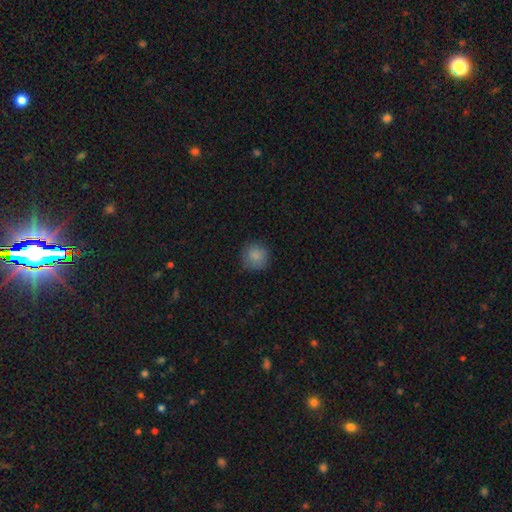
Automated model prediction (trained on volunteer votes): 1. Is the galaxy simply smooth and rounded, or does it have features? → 86% smooth, 9% star or artifact, 5% featured or disk.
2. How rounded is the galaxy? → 92% round, 7% in between, 1% cigar-shaped.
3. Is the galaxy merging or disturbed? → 83% none, 13% minor disturbance, 3% major disturbance, 1% merger.